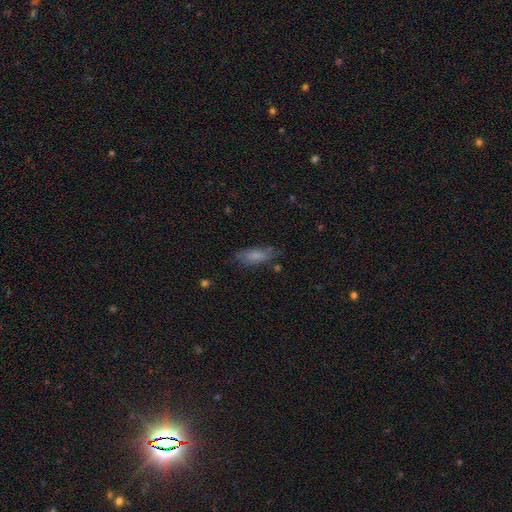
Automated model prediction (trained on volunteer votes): Overall: smooth (74%). How rounded: in between (59%; cigar-shaped 39%). Merging: none (68%).